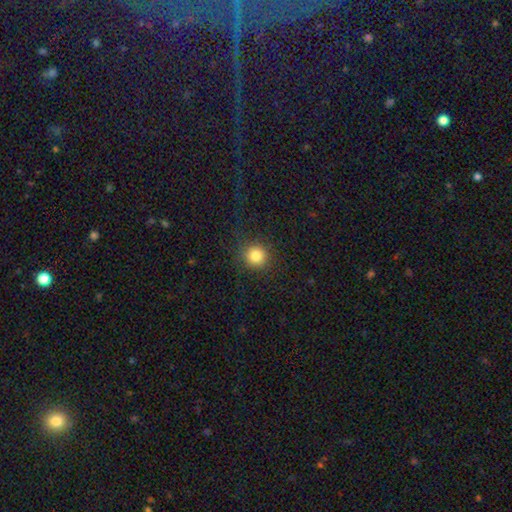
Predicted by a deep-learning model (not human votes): Smooth or featured?
  - smooth: 83% *
  - star or artifact: 12%
  - featured or disk: 5%
How rounded?
  - round: 93% *
  - in between: 6%
  - cigar-shaped: 1%
Merging?
  - none: 88% *
  - minor disturbance: 7%
  - major disturbance: 4%
  - merger: 1%